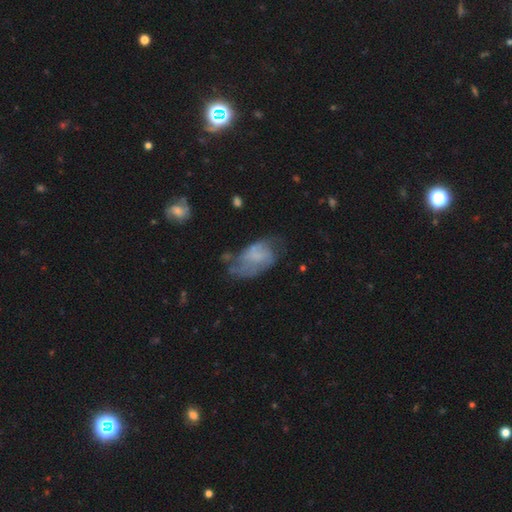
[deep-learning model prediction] Smooth or featured? Predicted: featured or disk (p=0.54). Edge-on disk? Predicted: no (p=0.97). Bar? Predicted: no (p=0.65). Spiral arms? Predicted: yes (p=0.66). Bulge size? Predicted: none (p=0.59). Merging? Predicted: none (p=0.38).